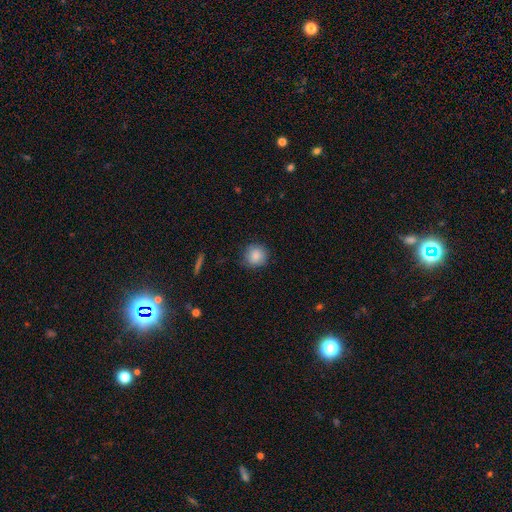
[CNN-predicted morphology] A smooth galaxy with no disk features (87%) that is round (91%). Merging: none (81%).